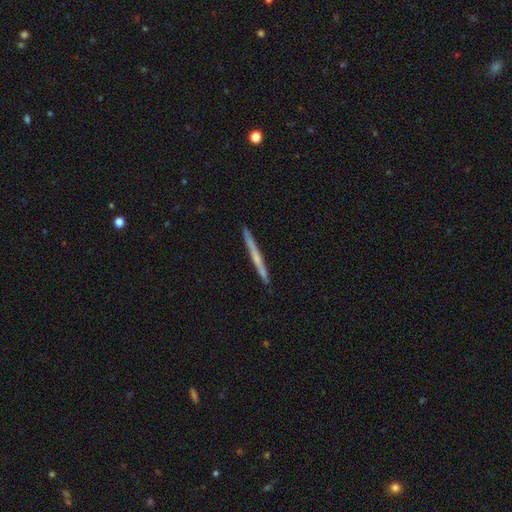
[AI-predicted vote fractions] Q: Smooth or featured?
A: featured or disk (48%); runner-up: smooth (46%)
Q: Merging?
A: none (90%); runner-up: minor disturbance (7%)